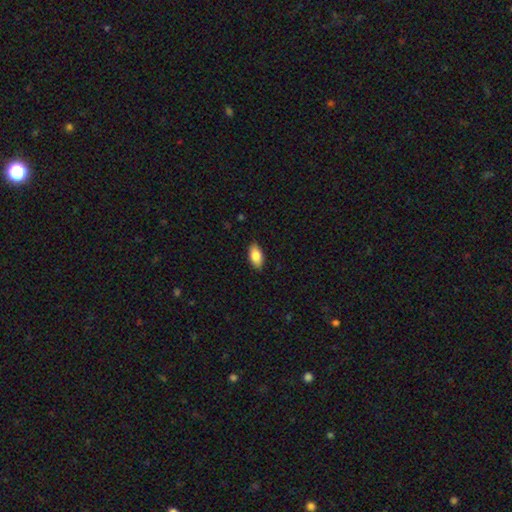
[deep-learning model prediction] This is clearly a smooth galaxy (83%). How rounded: clearly in between (92%). Merging: clearly none (87%).